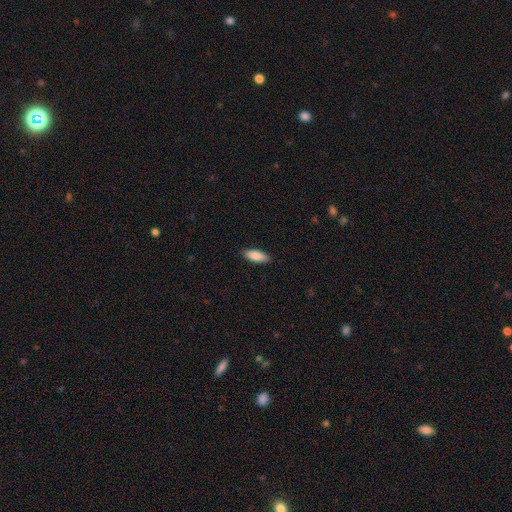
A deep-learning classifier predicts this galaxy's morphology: Smooth or featured: smooth — 87% (featured or disk — 7%)
How rounded: in between — 73% (cigar-shaped — 25%)
Merging: none — 88% (minor disturbance — 9%)